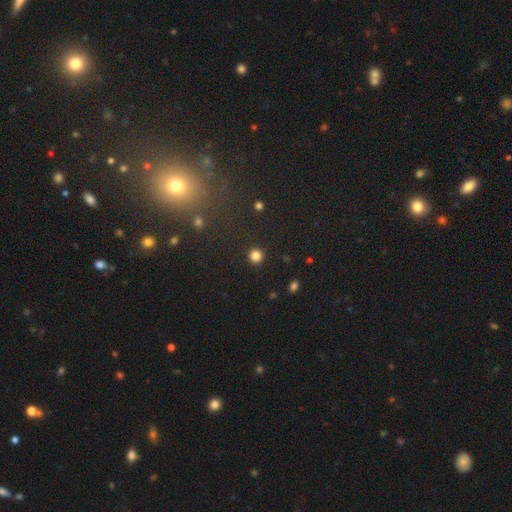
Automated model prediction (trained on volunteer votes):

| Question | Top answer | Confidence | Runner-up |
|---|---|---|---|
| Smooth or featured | smooth | 83% | star or artifact (13%) |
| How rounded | round | 94% | in between (5%) |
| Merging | none | 92% | minor disturbance (5%) |